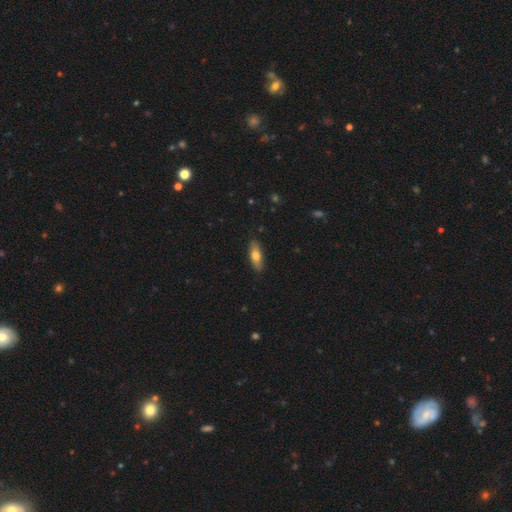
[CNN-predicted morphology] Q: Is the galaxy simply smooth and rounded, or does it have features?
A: smooth — 71%.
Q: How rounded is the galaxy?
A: in between — 64%.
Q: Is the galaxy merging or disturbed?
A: none — 86%.